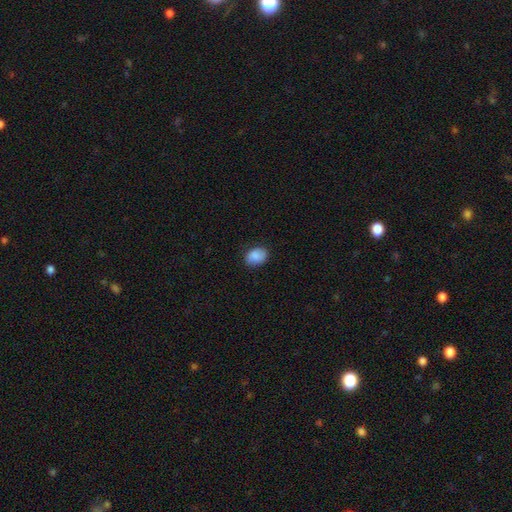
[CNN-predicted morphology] Smooth or featured: smooth — 86% (star or artifact — 8%)
How rounded: in between — 64% (round — 35%)
Merging: none — 80% (minor disturbance — 16%)